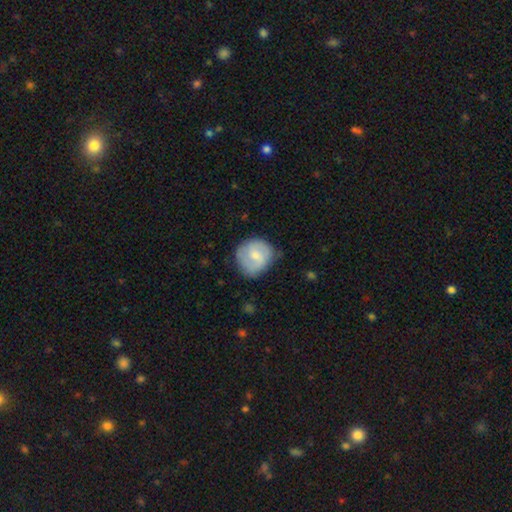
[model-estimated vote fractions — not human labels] Overall: smooth (52%; featured or disk 42%). How rounded: round (84%). Merging: none (67%).